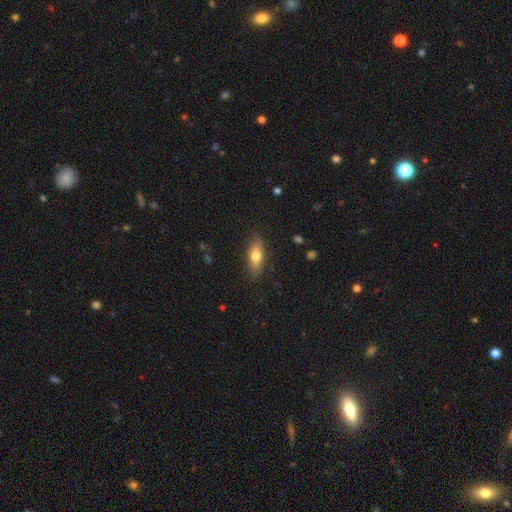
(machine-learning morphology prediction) Smooth or featured: smooth — 73% (featured or disk — 20%)
How rounded: in between — 70% (cigar-shaped — 27%)
Merging: none — 85% (minor disturbance — 12%)